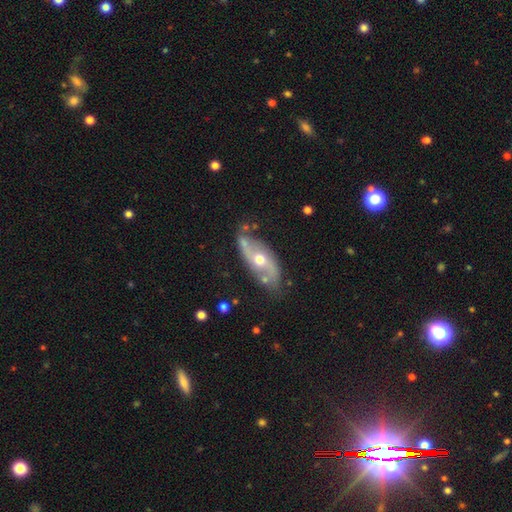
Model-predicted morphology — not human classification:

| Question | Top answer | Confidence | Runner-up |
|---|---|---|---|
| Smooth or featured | featured or disk | 83% | smooth (9%) |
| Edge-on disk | no | 91% | yes (9%) |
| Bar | no | 64% | weak (27%) |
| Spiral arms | yes | 92% | no (8%) |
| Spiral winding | medium | 44% | loose (32%) |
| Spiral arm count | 2 | 82% | can't tell (9%) |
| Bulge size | moderate | 66% | small (28%) |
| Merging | none | 73% | minor disturbance (17%) |